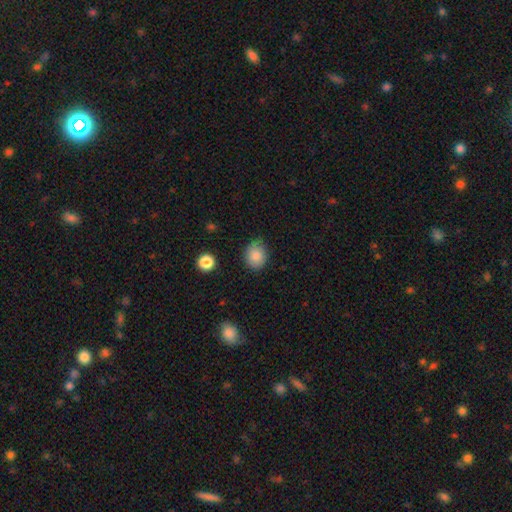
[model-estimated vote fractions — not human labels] Smooth or featured: smooth — 85% (star or artifact — 9%)
How rounded: round — 63% (in between — 36%)
Merging: none — 71% (minor disturbance — 23%)